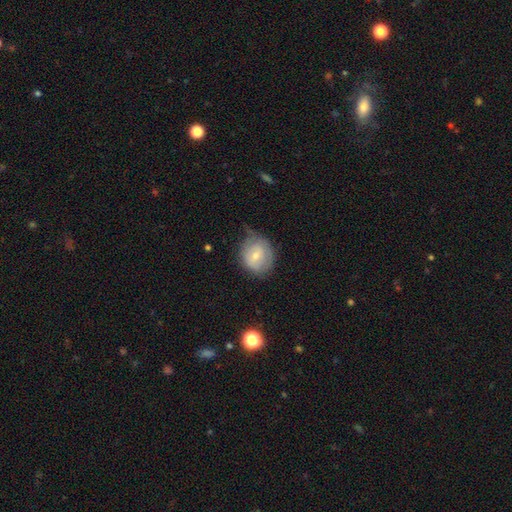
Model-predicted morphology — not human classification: This is likely a smooth galaxy (61%). How rounded: likely round (70%). Merging: possibly none (50%).